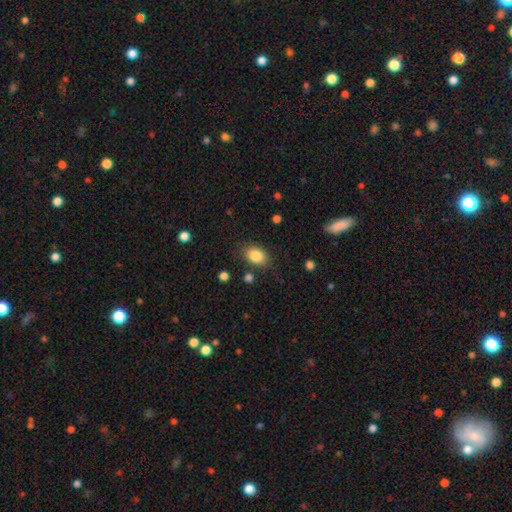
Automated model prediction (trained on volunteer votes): Morphology: type=smooth (85%); roundness=in between (74%); merging=none (80%).